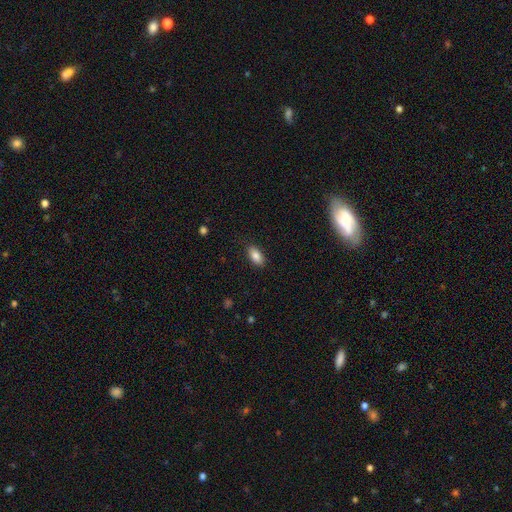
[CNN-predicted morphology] This is clearly a smooth galaxy (85%). How rounded: clearly in between (90%). Merging: clearly none (86%).